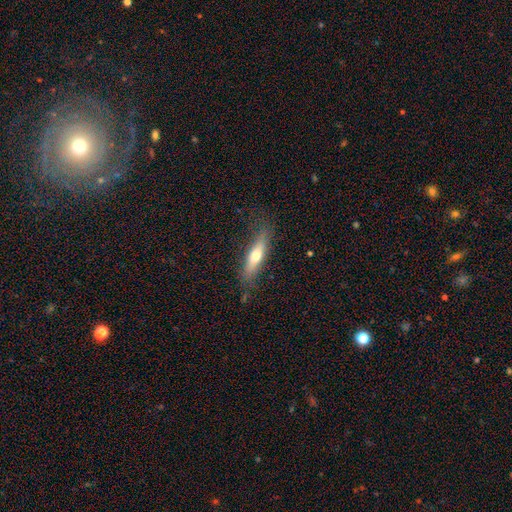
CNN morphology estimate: Q: Smooth or featured?
A: smooth (58%); runner-up: featured or disk (36%)
Q: How rounded?
A: cigar-shaped (75%); runner-up: in between (23%)
Q: Merging?
A: none (77%); runner-up: minor disturbance (17%)